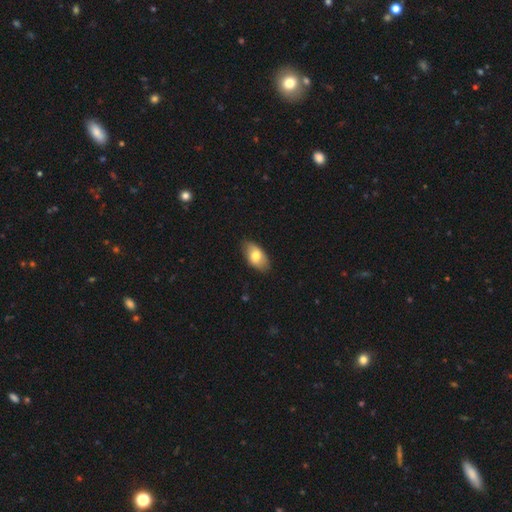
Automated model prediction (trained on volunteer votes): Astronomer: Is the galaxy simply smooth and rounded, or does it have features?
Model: smooth — 72%.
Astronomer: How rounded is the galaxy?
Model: in between — 93%.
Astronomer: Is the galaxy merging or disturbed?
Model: none — 82%.